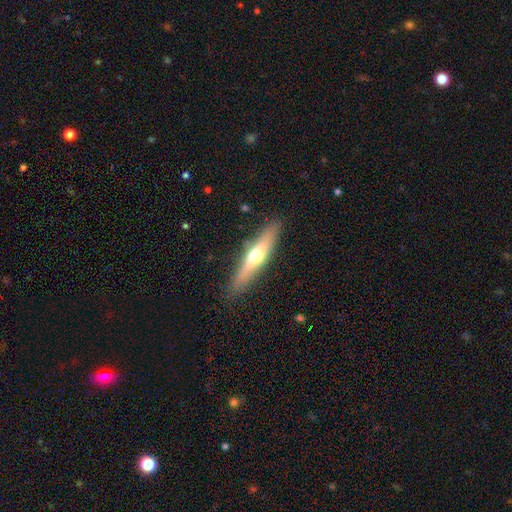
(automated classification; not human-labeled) smooth_or_featured: featured or disk (p=0.50) [alt: smooth p=0.44]
disk_edge_on: yes (p=0.89) [alt: no p=0.11]
merging: none (p=0.87) [alt: minor disturbance p=0.09]